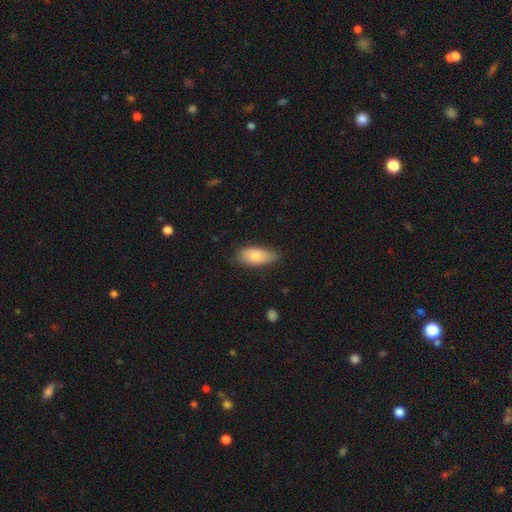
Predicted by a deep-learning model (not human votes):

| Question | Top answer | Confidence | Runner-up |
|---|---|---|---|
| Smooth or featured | smooth | 80% | featured or disk (14%) |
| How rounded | in between | 87% | cigar-shaped (10%) |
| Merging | none | 70% | minor disturbance (25%) |